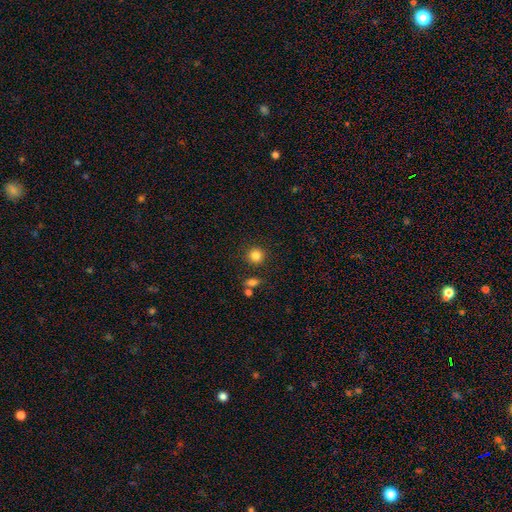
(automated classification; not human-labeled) Smooth or featured?
  - smooth: 84% *
  - star or artifact: 11%
  - featured or disk: 5%
How rounded?
  - round: 92% *
  - in between: 7%
  - cigar-shaped: 1%
Merging?
  - none: 86% *
  - minor disturbance: 7%
  - merger: 4%
  - major disturbance: 3%